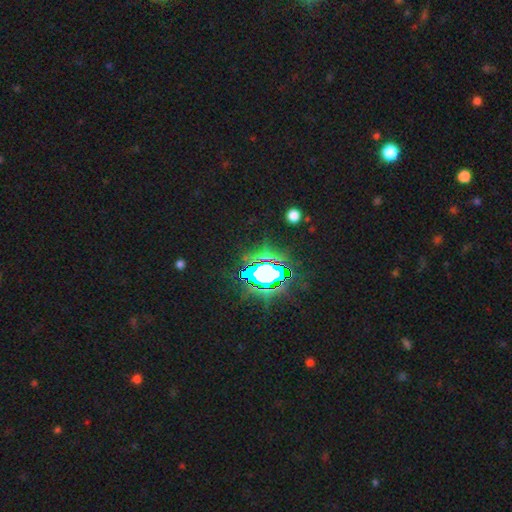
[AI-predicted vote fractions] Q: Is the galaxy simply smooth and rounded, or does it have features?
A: star or artifact — 82%.